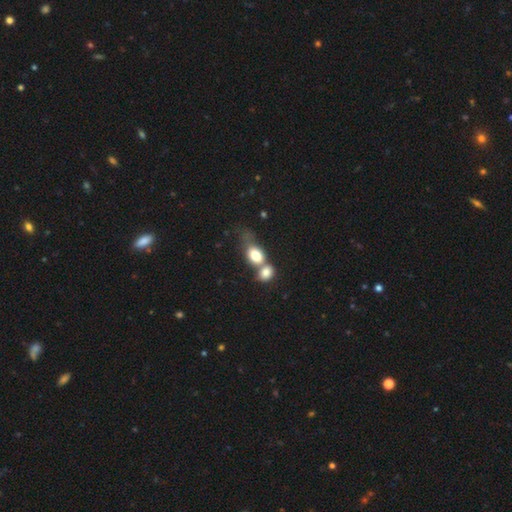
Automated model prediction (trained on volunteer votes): Smooth or featured: smooth — 77% (featured or disk — 14%)
How rounded: in between — 66% (round — 31%)
Merging: merger — 70% (none — 16%)